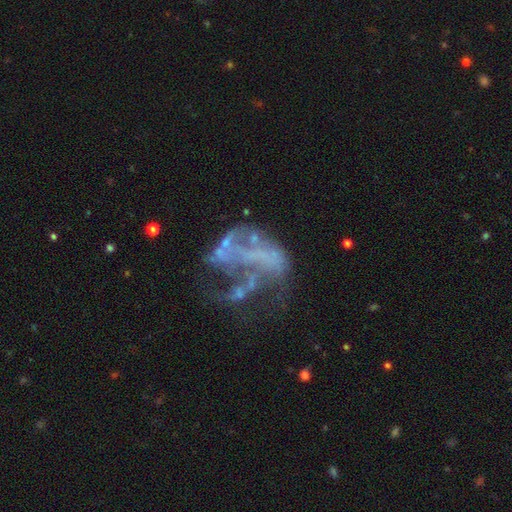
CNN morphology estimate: Smooth or featured? Predicted: featured or disk (p=0.67). Edge-on disk? Predicted: no (p=0.97). Bar? Predicted: no (p=0.81). Spiral arms? Predicted: no (p=0.76). Bulge size? Predicted: none (p=0.85). Merging? Predicted: major disturbance (p=0.46).